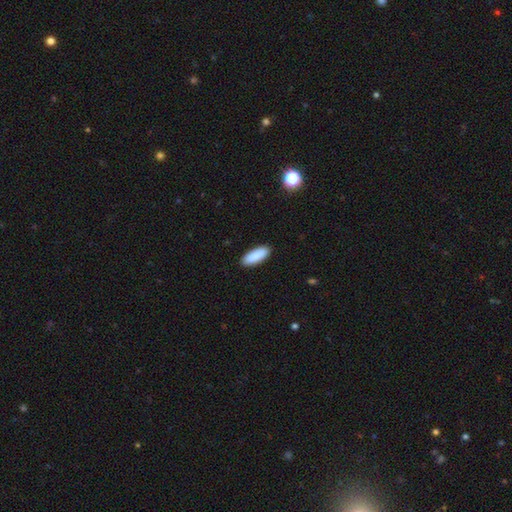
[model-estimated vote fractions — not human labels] Smooth or featured?
  - smooth: 91% *
  - star or artifact: 6%
  - featured or disk: 3%
How rounded?
  - in between: 70% *
  - cigar-shaped: 28%
  - round: 2%
Merging?
  - none: 91% *
  - minor disturbance: 7%
  - major disturbance: 1%
  - merger: 1%